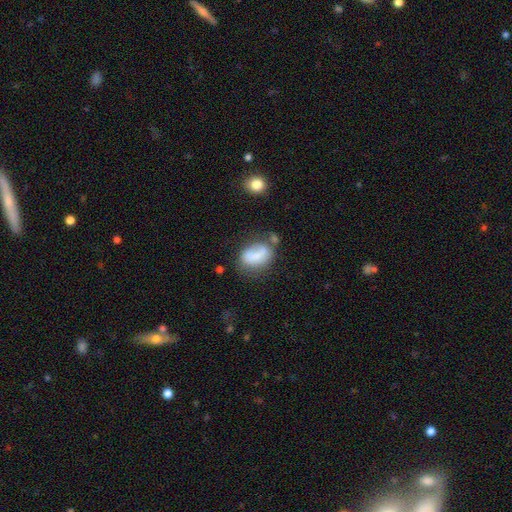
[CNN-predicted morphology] This appears to be a smooth galaxy with no disk features (69%) that is in between round and cigar-shaped (78%). Merging: none (40%).